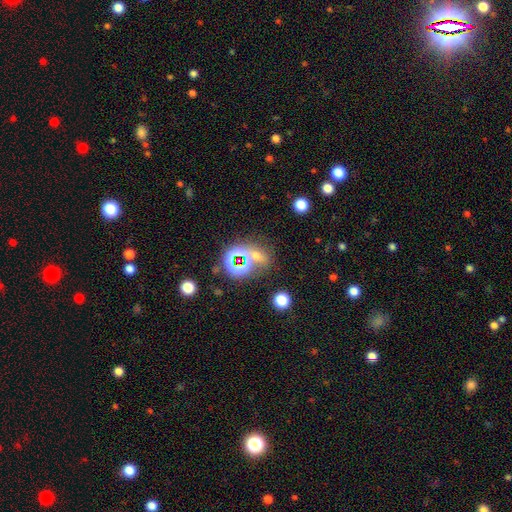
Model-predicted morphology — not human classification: Q: Smooth or featured?
A: star or artifact (54%); runner-up: smooth (34%)